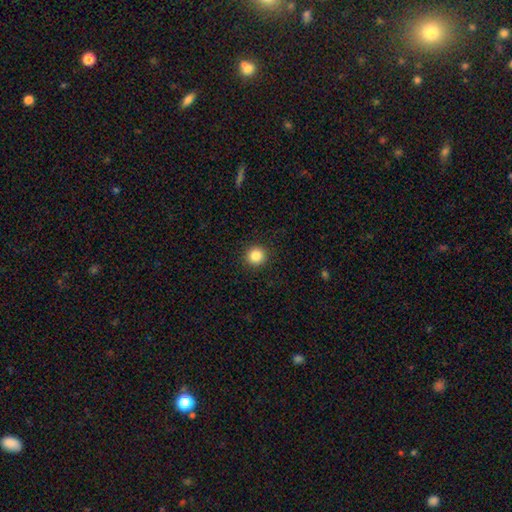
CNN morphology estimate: Smooth or featured?
  - smooth: 85% *
  - star or artifact: 11%
  - featured or disk: 4%
How rounded?
  - round: 94% *
  - in between: 5%
  - cigar-shaped: 1%
Merging?
  - none: 93% *
  - minor disturbance: 5%
  - major disturbance: 2%
  - merger: 1%